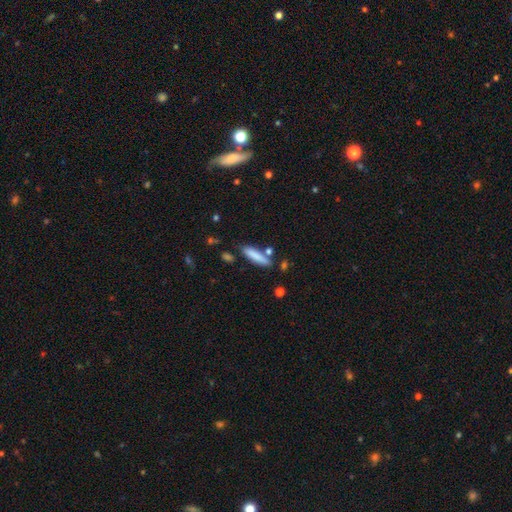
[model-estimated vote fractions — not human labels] Smooth or featured: smooth — 81% (featured or disk — 12%)
How rounded: cigar-shaped — 80% (in between — 18%)
Merging: none — 74% (minor disturbance — 14%)